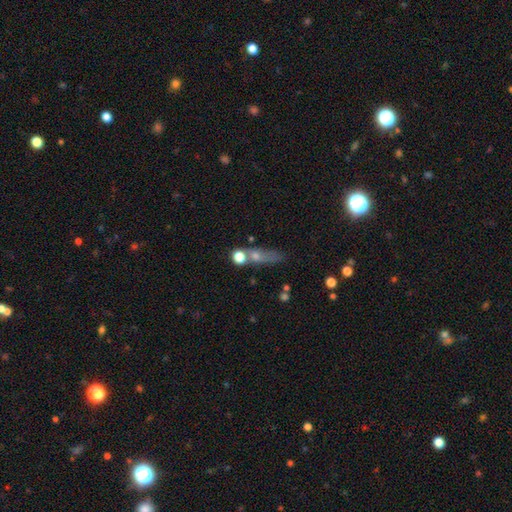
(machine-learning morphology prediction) Smooth or featured? smooth (54%)
How rounded? cigar-shaped (48%)
Merging? none (55%)